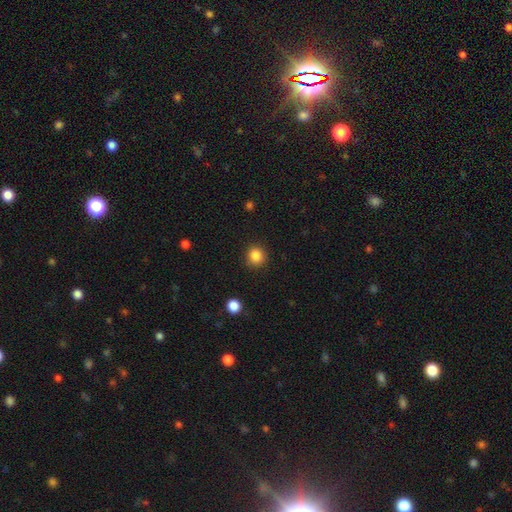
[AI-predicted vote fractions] Smooth or featured: smooth — 85% (star or artifact — 11%)
How rounded: round — 91% (in between — 8%)
Merging: none — 89% (minor disturbance — 7%)